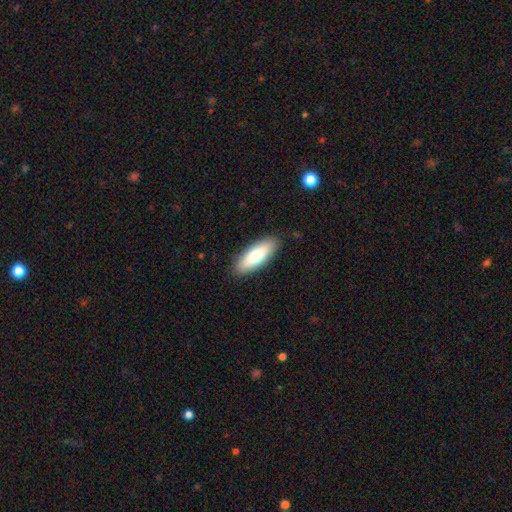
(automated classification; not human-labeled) smooth_or_featured: smooth (p=0.74) [alt: featured or disk p=0.20]
how_rounded: in between (p=0.68) [alt: cigar-shaped p=0.30]
merging: none (p=0.88) [alt: minor disturbance p=0.09]